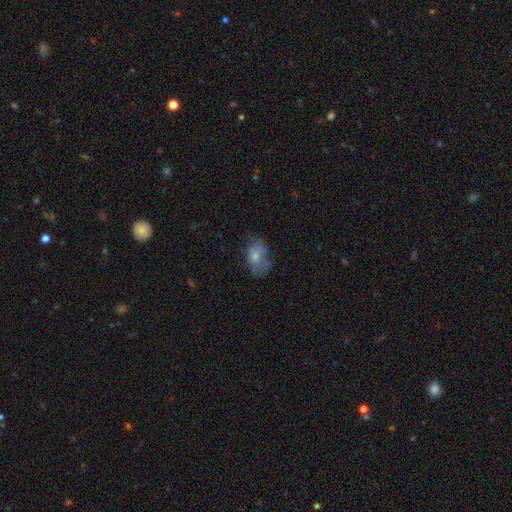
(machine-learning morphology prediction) smooth-or-featured: smooth: 67% | featured or disk: 24% | star or artifact: 9%
  how-rounded: in between: 84% | round: 14% | cigar-shaped: 2%
  merging: none: 43% | minor disturbance: 30% | major disturbance: 23% | merger: 4%